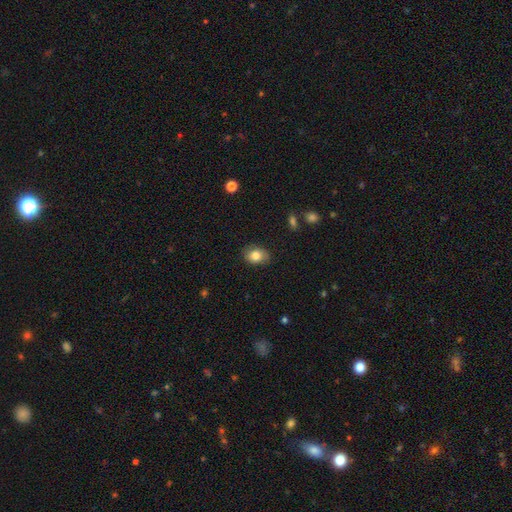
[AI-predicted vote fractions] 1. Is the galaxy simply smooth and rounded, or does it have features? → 82% smooth, 10% featured or disk, 9% star or artifact.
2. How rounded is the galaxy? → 65% in between, 34% round, 1% cigar-shaped.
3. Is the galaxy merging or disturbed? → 84% none, 12% minor disturbance, 2% major disturbance, 1% merger.